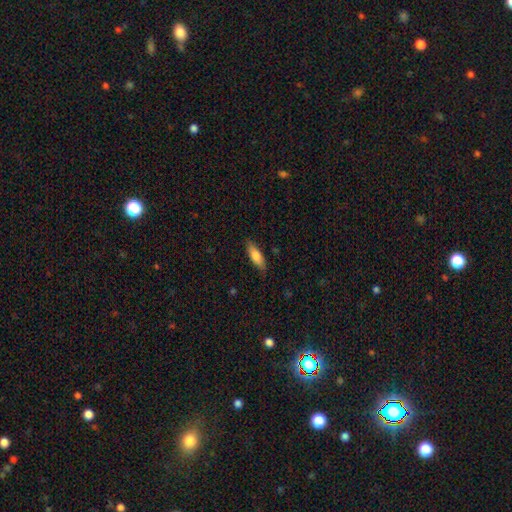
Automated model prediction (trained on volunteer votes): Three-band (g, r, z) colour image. It shows a smooth galaxy with no disk features (78%) that is in between round and cigar-shaped (57%). Merging: none (85%).